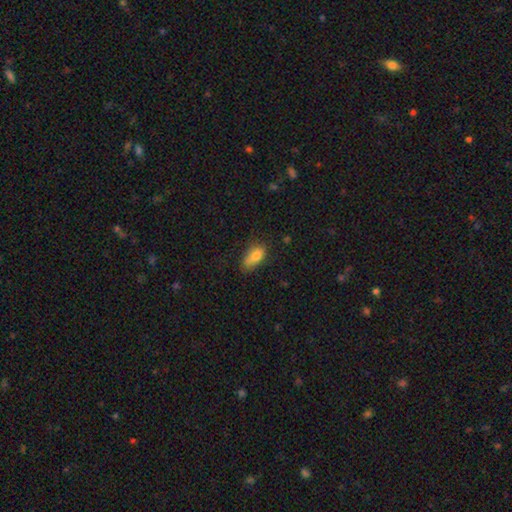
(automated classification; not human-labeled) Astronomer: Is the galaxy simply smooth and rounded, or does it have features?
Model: smooth — 81%.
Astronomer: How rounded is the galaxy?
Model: in between — 86%.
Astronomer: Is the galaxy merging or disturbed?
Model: none — 63%.